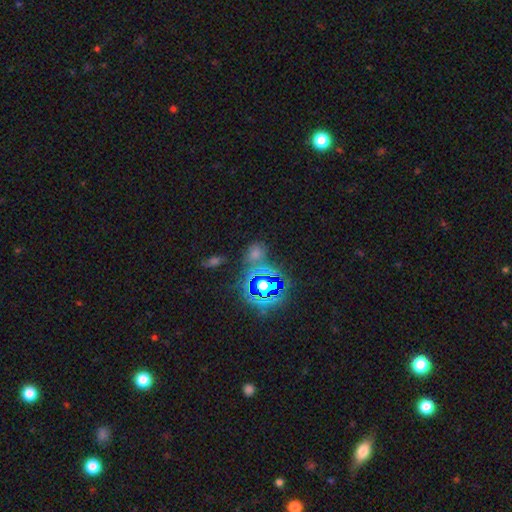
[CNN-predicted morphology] smooth-or-featured: star or artifact: 47% | smooth: 44% | featured or disk: 9%